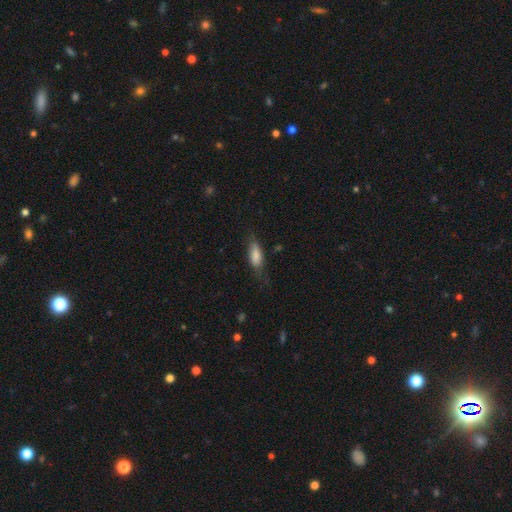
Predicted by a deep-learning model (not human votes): The model was most divided on "merging": none: 61%, minor disturbance: 26%, major disturbance: 11%, merger: 2%. More confident: smooth or featured — smooth (78%); how rounded — in between (69%).